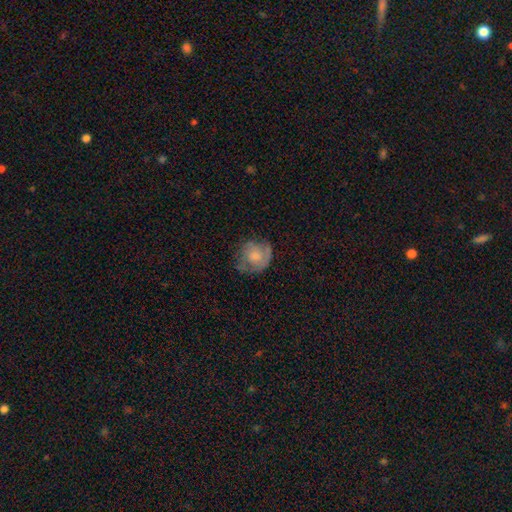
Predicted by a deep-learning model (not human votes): Smooth or featured? smooth (56%)
How rounded? round (81%)
Merging? none (52%)